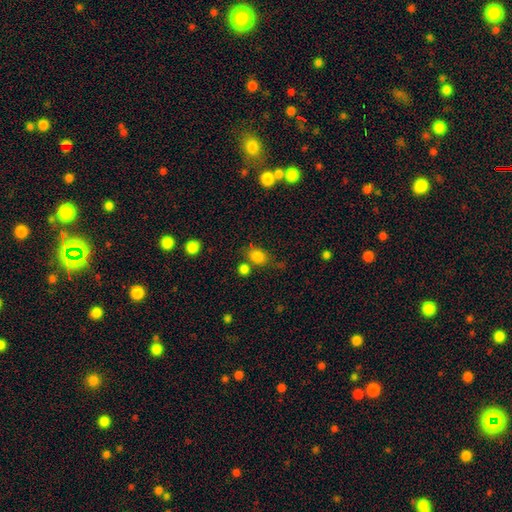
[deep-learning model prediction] Q: Smooth or featured?
A: smooth (82%); runner-up: star or artifact (12%)
Q: How rounded?
A: round (51%); runner-up: in between (48%)
Q: Merging?
A: none (62%); runner-up: minor disturbance (16%)